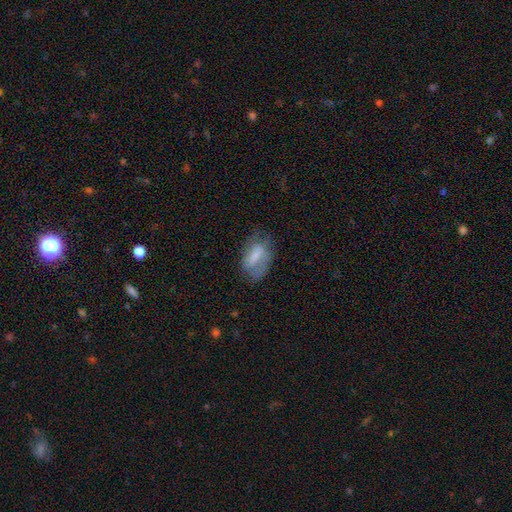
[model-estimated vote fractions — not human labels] Q: Smooth or featured?
A: smooth (58%); runner-up: featured or disk (33%)
Q: How rounded?
A: in between (85%); runner-up: cigar-shaped (9%)
Q: Merging?
A: none (54%); runner-up: minor disturbance (28%)